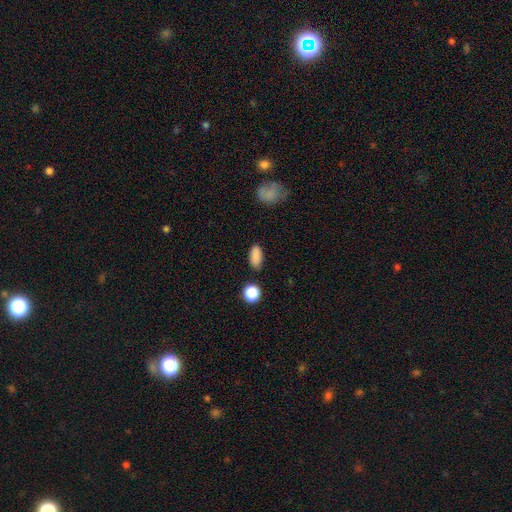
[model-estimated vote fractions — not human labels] smooth 87%, star or artifact 9%, featured or disk 4%. Down the decision tree: how rounded — in between (87%); merging — none (85%).